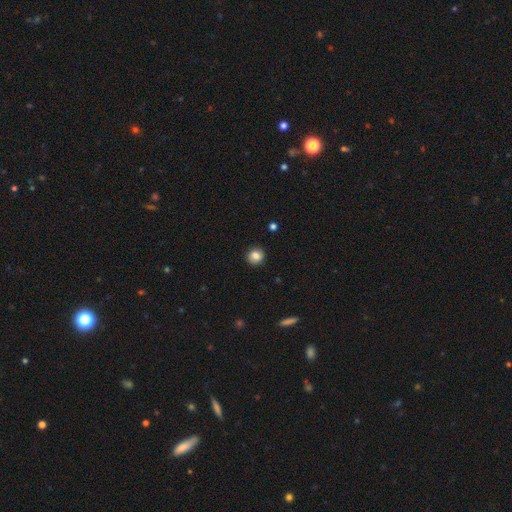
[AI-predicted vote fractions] This is clearly a smooth galaxy (84%). How rounded: clearly round (89%). Merging: clearly none (89%).